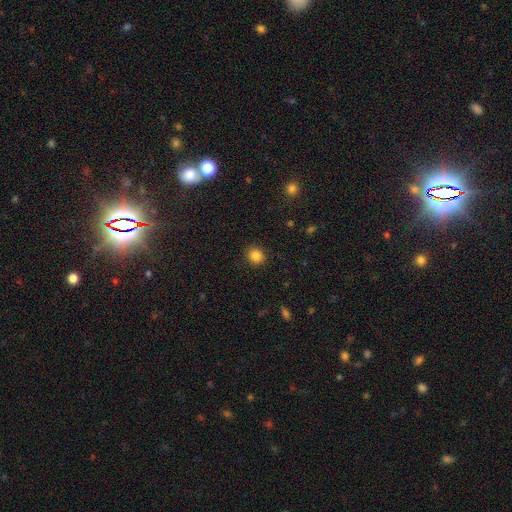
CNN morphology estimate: smooth 85%, star or artifact 11%, featured or disk 4%. Down the decision tree: how rounded — round (86%); merging — none (90%).